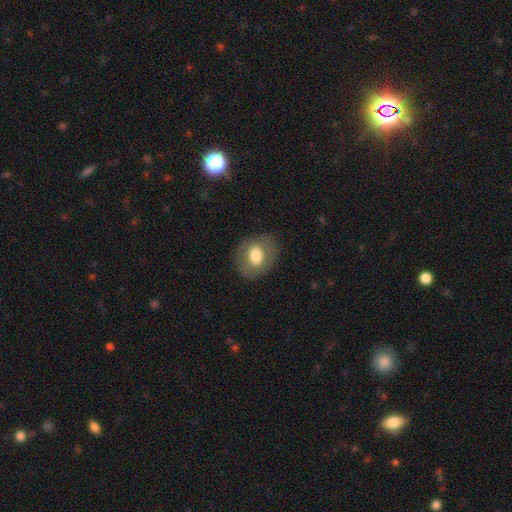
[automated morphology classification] This appears to be a smooth galaxy with no disk features (70%) that is round (54%). Merging: none (83%).